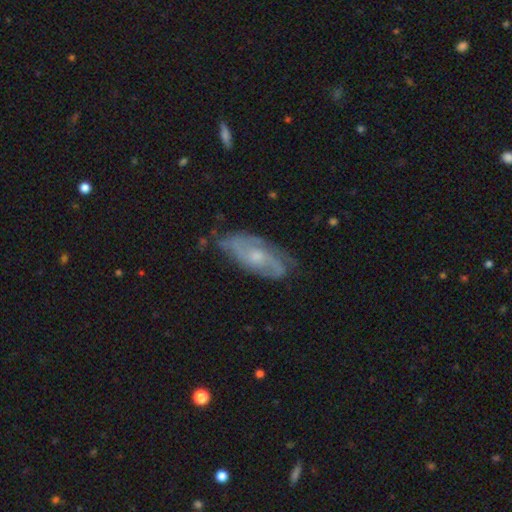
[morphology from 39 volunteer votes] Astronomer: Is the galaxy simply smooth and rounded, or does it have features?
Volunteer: featured or disk — 74%.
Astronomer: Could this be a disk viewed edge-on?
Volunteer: no — 83%.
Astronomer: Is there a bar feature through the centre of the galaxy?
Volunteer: no — 75%.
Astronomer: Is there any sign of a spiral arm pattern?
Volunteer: yes — 88%.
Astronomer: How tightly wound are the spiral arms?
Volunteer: medium — 48% (runner-up: tight, 33%).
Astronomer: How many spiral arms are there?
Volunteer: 2 — 43% (runner-up: can't tell, 38%).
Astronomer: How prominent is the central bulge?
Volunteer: small — 46% (runner-up: moderate, 42%).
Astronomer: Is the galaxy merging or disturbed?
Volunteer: none — 91%.